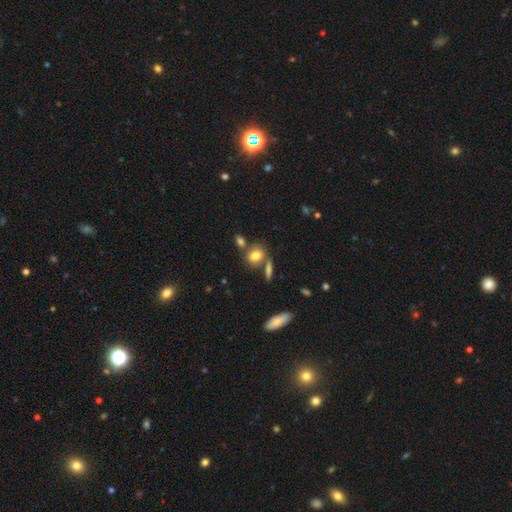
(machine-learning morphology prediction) Q: Smooth or featured?
A: smooth (79%); runner-up: featured or disk (11%)
Q: How rounded?
A: in between (58%); runner-up: round (39%)
Q: Merging?
A: none (62%); runner-up: merger (21%)